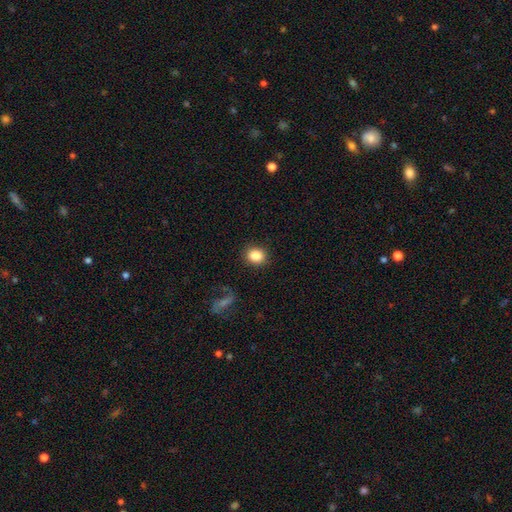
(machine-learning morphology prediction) Smooth or featured? smooth (85%)
How rounded? round (67%)
Merging? none (88%)